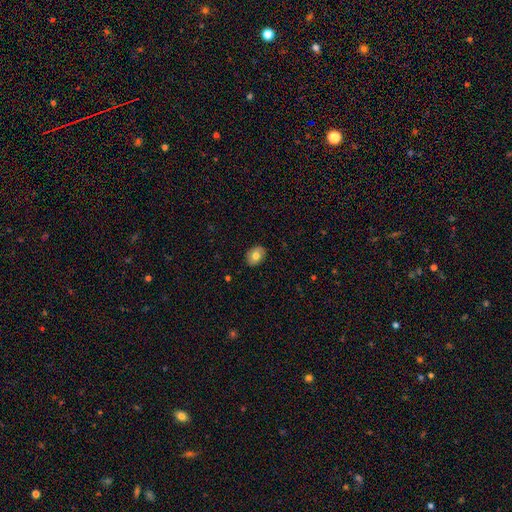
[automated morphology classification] This appears to be a smooth galaxy with no disk features (74%) that is in between round and cigar-shaped (70%). Merging: none (88%).